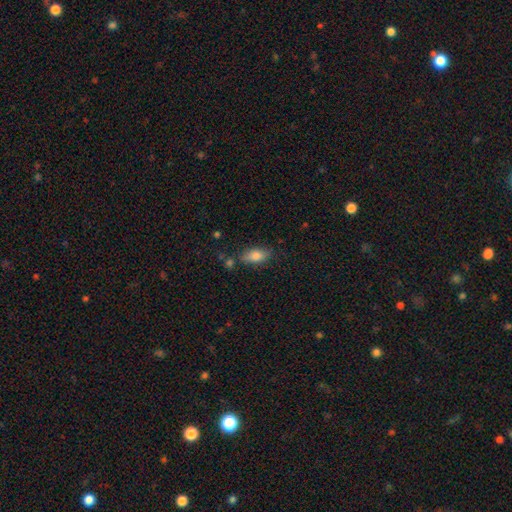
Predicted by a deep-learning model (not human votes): Smooth or featured? smooth (77%)
How rounded? in between (80%)
Merging? none (75%)